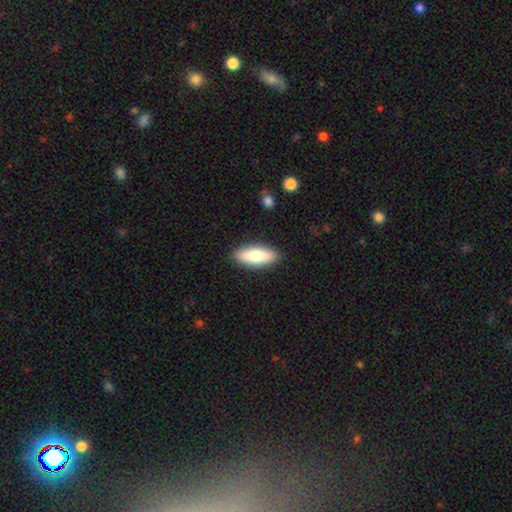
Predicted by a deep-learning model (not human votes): smooth-or-featured: smooth: 76% | featured or disk: 19% | star or artifact: 6%
  how-rounded: in between: 70% | cigar-shaped: 28% | round: 2%
  merging: none: 89% | minor disturbance: 8% | major disturbance: 2% | merger: 1%